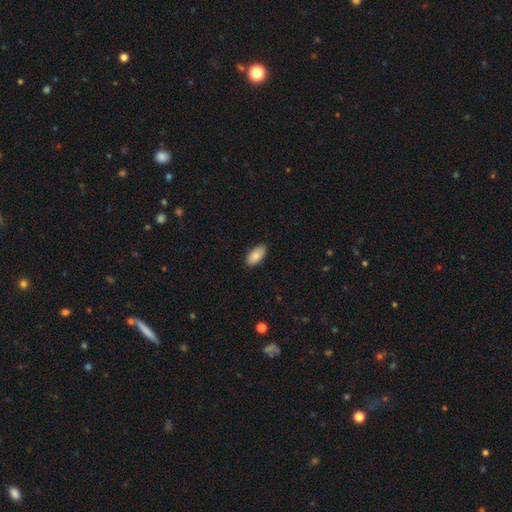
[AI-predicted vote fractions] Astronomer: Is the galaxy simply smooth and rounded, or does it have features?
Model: smooth — 85%.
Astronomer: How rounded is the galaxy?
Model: in between — 93%.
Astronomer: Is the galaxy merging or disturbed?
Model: none — 87%.